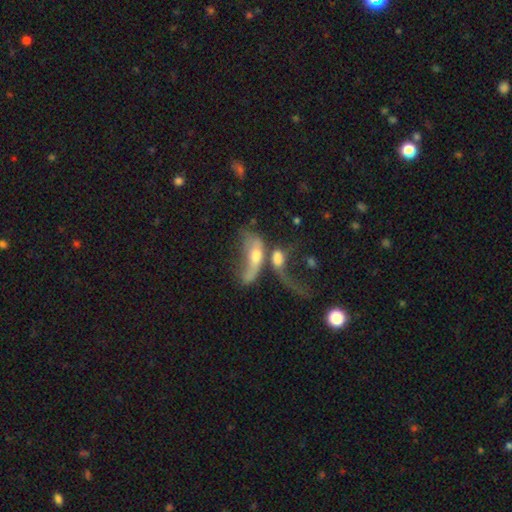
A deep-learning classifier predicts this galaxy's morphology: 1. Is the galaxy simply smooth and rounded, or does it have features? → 51% featured or disk, 40% smooth, 10% star or artifact.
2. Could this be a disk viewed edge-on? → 81% no, 19% yes.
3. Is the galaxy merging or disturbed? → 58% merger, 26% major disturbance, 10% none, 6% minor disturbance.